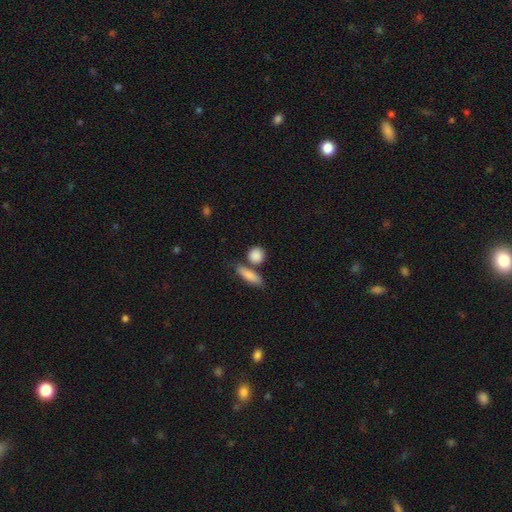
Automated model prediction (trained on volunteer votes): smooth-or-featured: smooth: 87% | star or artifact: 7% | featured or disk: 7%
  how-rounded: round: 64% | in between: 25% | cigar-shaped: 11%
  merging: none: 67% | merger: 19% | minor disturbance: 11% | major disturbance: 4%